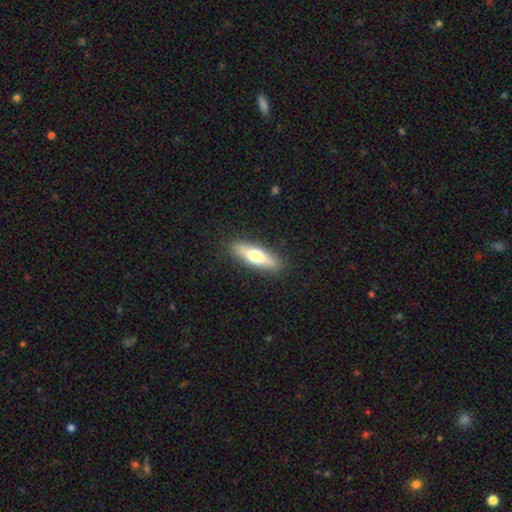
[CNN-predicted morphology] This is possibly a smooth galaxy (58%). How rounded: possibly cigar-shaped (56%). Merging: clearly none (89%).